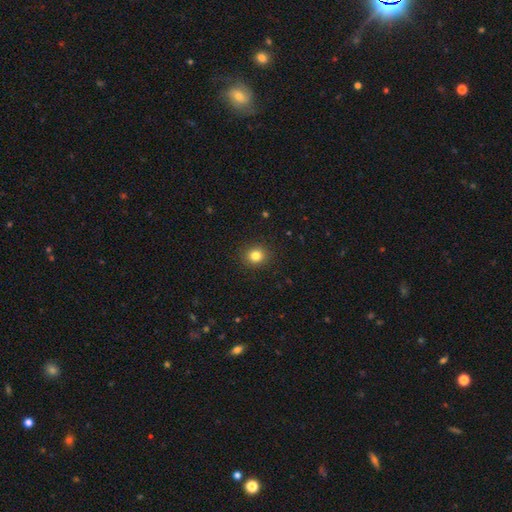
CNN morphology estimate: Smooth or featured? smooth (82%)
How rounded? round (83%)
Merging? none (91%)